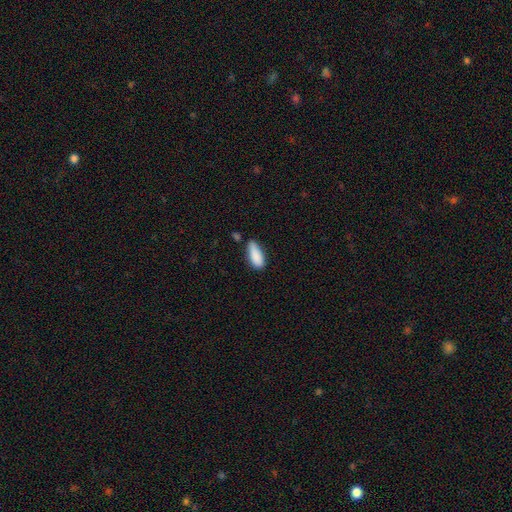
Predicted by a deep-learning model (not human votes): This is clearly a smooth galaxy (87%). How rounded: likely in between (75%). Merging: possibly none (58%).